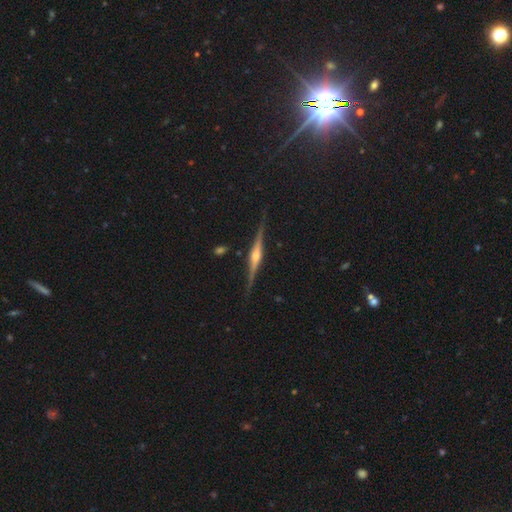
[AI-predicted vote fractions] This is clearly a featured or disk galaxy (85%). It is clearly viewed edge-on (98%). Edge-on bulge: clearly rounded (89%). Merging: clearly none (88%).